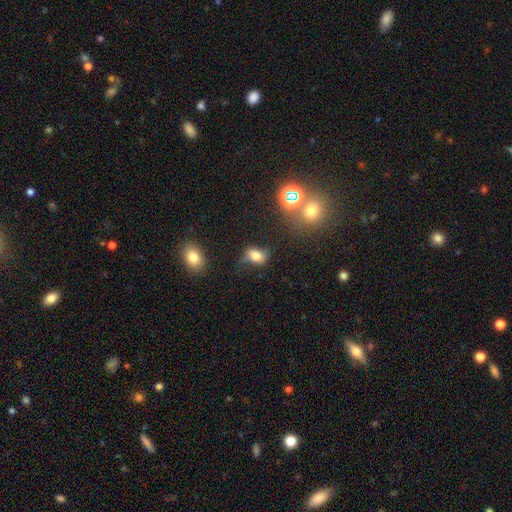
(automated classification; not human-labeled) A smooth galaxy with no disk features (68%) that is in between round and cigar-shaped (72%).

Vote fractions:
- Smooth or featured? smooth: 68% / featured or disk: 17% / star or artifact: 14%
- How rounded? in between: 72% / round: 26% / cigar-shaped: 2%
- Merging? none: 48% / minor disturbance: 30% / major disturbance: 16% / merger: 6%